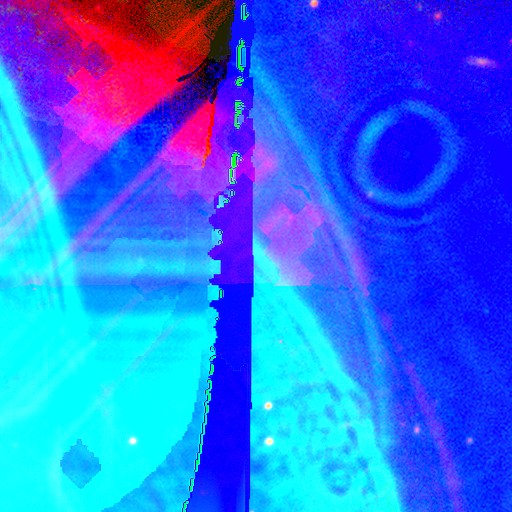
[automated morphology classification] star or artifact 88%, featured or disk 7%, smooth 5%.